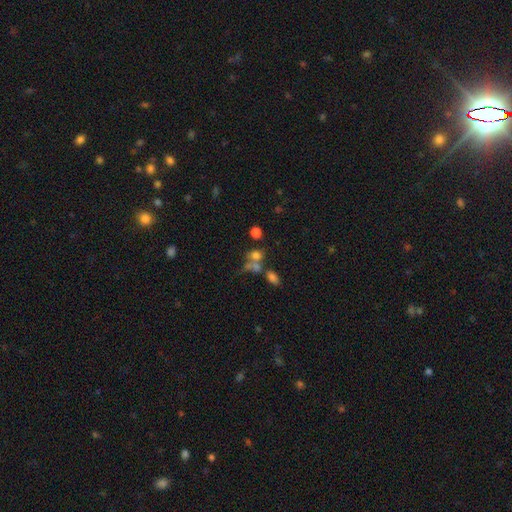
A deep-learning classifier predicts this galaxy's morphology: type=smooth (67%); roundness=round (53%); merging=none (39%, tied with merger).